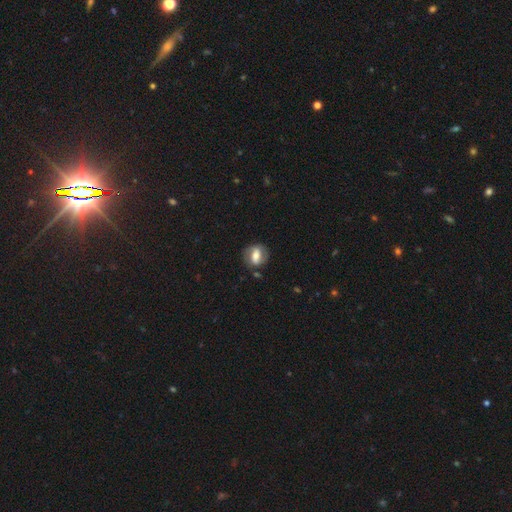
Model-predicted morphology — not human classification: type=featured or disk (51%); edge-on=no (92%); merging=none (74%).